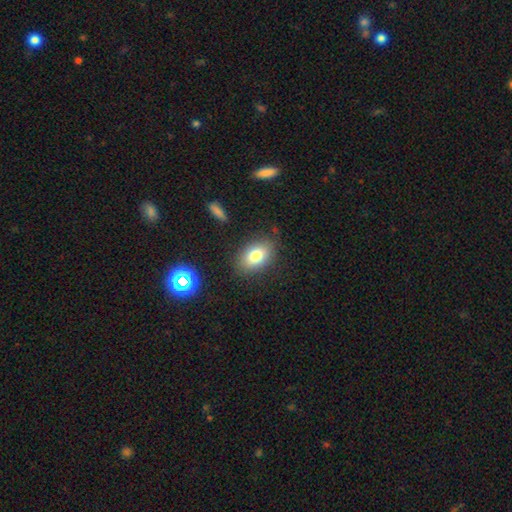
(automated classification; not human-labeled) A smooth galaxy with no disk features (77%) that is in between round and cigar-shaped (82%). Merging: none (83%).